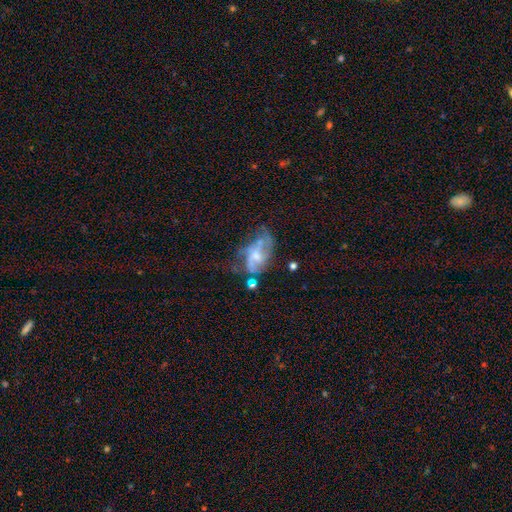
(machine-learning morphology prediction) smooth_or_featured: featured or disk (p=0.63) [alt: smooth p=0.27]
disk_edge_on: no (p=0.96) [alt: yes p=0.04]
bar: no (p=0.64) [alt: weak p=0.30]
has_spiral_arms: yes (p=0.58) [alt: no p=0.42]
bulge_size: small (p=0.41) [alt: moderate p=0.36]
merging: major disturbance (p=0.33) [alt: none p=0.30]